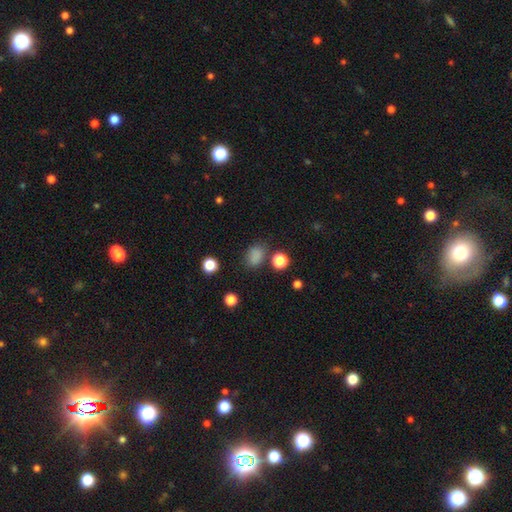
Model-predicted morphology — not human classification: Smooth or featured?
  - smooth: 81% *
  - star or artifact: 15%
  - featured or disk: 5%
How rounded?
  - in between: 66% *
  - round: 33%
  - cigar-shaped: 1%
Merging?
  - none: 73% *
  - minor disturbance: 16%
  - major disturbance: 6%
  - merger: 5%